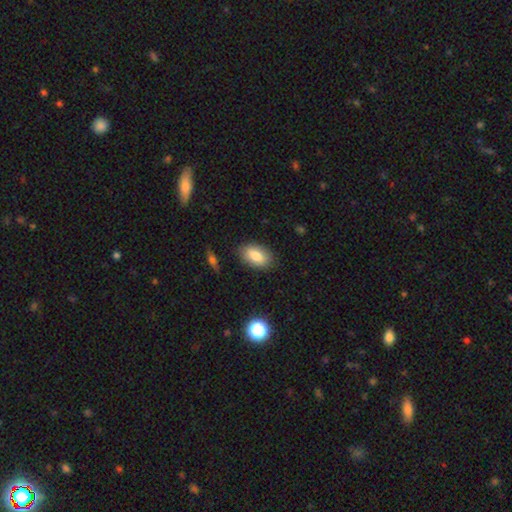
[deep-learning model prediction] A smooth galaxy with no disk features (82%) that is in between round and cigar-shaped (91%). Merging: none (85%).